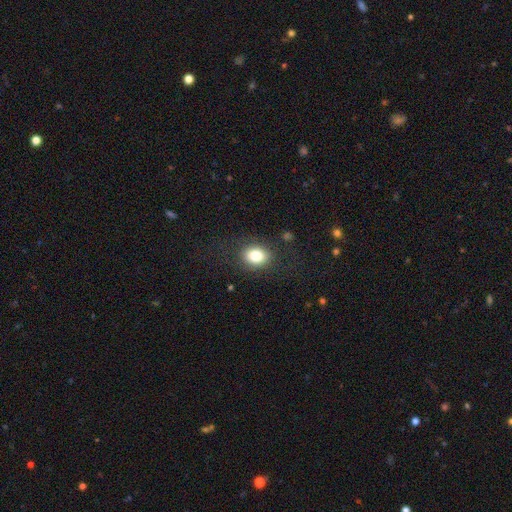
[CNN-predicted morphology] Smooth or featured? smooth (82%)
How rounded? in between (59%)
Merging? none (82%)